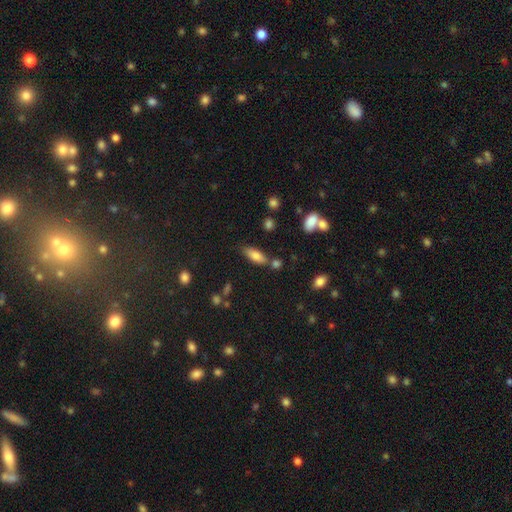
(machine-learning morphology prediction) Smooth or featured: smooth — 78% (featured or disk — 14%)
How rounded: in between — 70% (cigar-shaped — 27%)
Merging: none — 67% (minor disturbance — 15%)